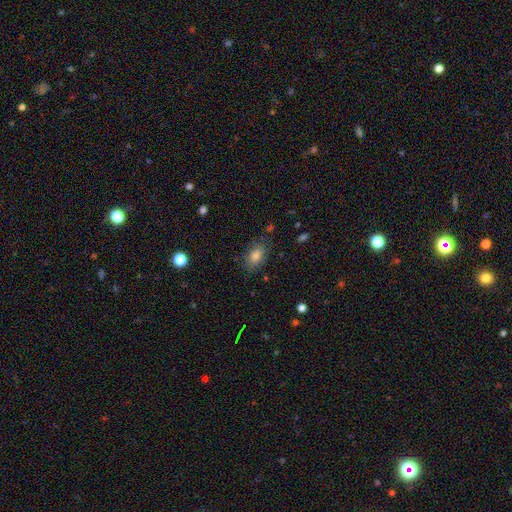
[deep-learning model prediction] Smooth or featured? smooth (77%)
How rounded? in between (82%)
Merging? none (80%)